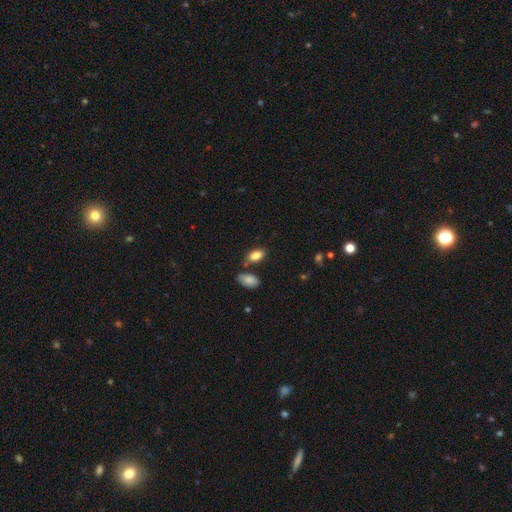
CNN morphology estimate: type=smooth (83%); roundness=in between (90%); merging=none (73%).